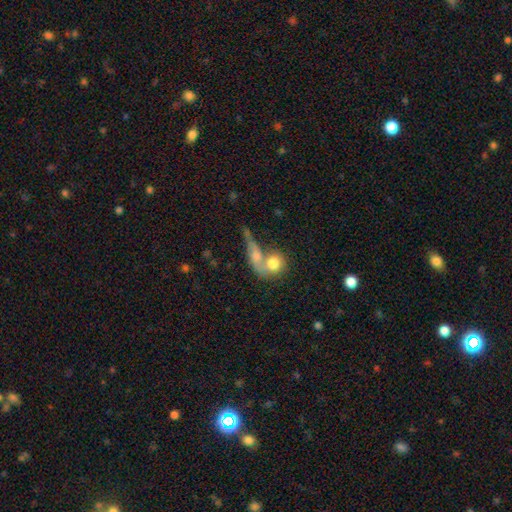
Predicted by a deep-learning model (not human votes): smooth 61%, featured or disk 29%, star or artifact 10%. Down the decision tree: how rounded — in between (44%); merging — merger (61%).